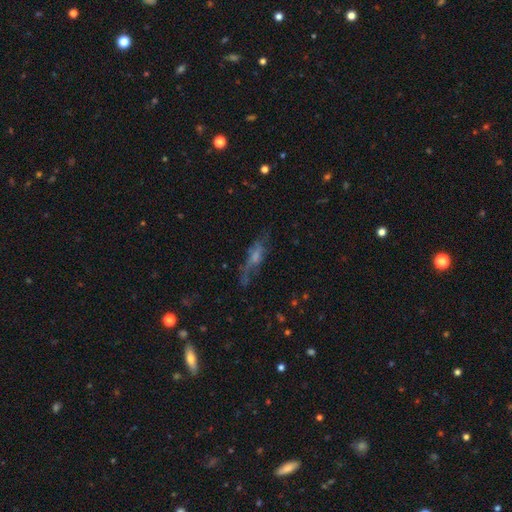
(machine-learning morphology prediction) Q: Smooth or featured?
A: featured or disk (52%); runner-up: smooth (31%)
Q: Edge-on disk?
A: no (51%); runner-up: yes (49%)
Q: Merging?
A: none (55%); runner-up: minor disturbance (23%)